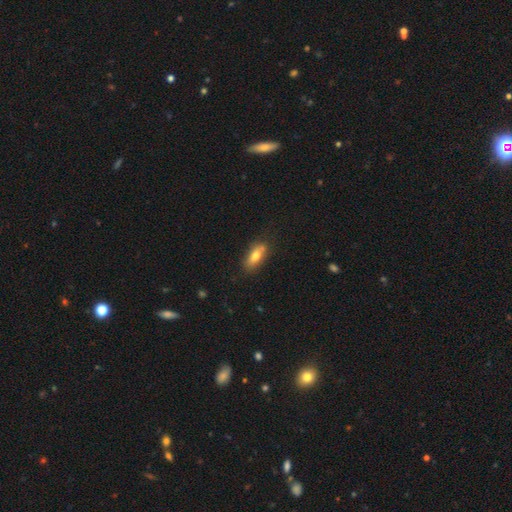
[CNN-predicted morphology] A smooth galaxy with no disk features (72%) that is in between round and cigar-shaped (75%). Merging: none (75%).